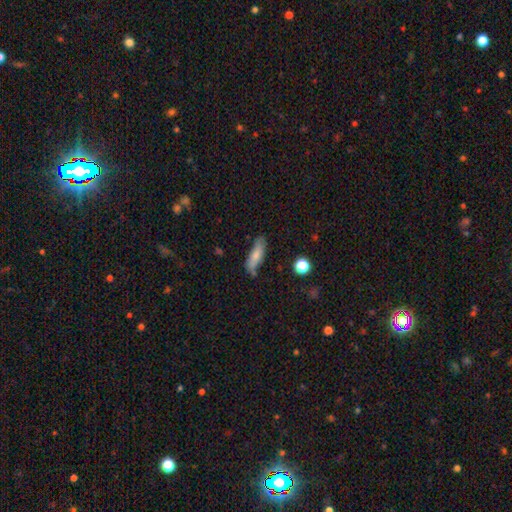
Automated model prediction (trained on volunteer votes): Smooth or featured: smooth — 76% (featured or disk — 17%)
How rounded: cigar-shaped — 50% (in between — 47%)
Merging: none — 68% (minor disturbance — 22%)